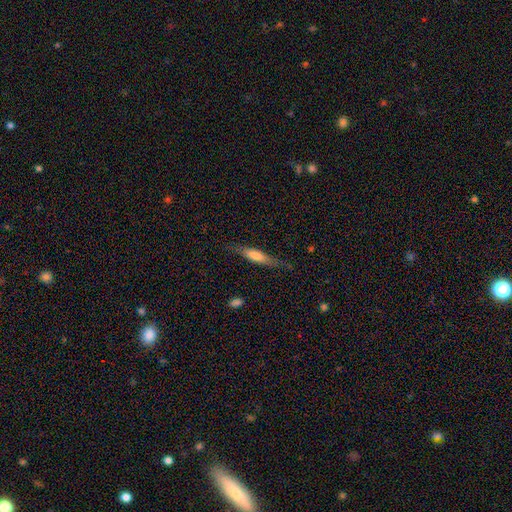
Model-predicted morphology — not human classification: Smooth or featured? Predicted: smooth (p=0.60). How rounded? Predicted: cigar-shaped (p=0.77). Merging? Predicted: none (p=0.73).